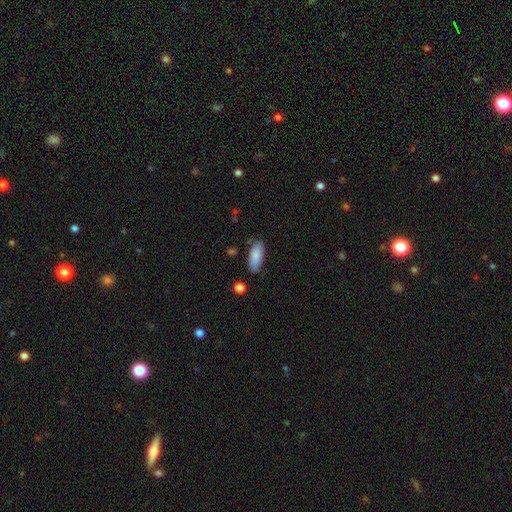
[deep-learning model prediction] Morphology: type=smooth (87%); roundness=in between (84%); merging=none (76%).